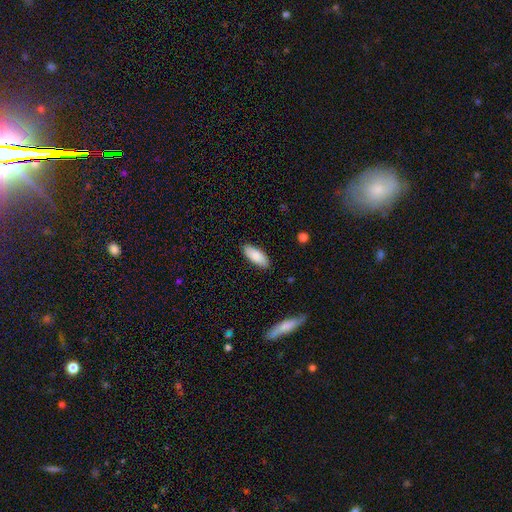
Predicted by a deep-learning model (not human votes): Q: Smooth or featured?
A: smooth (86%); runner-up: featured or disk (8%)
Q: How rounded?
A: in between (80%); runner-up: cigar-shaped (18%)
Q: Merging?
A: none (88%); runner-up: minor disturbance (9%)